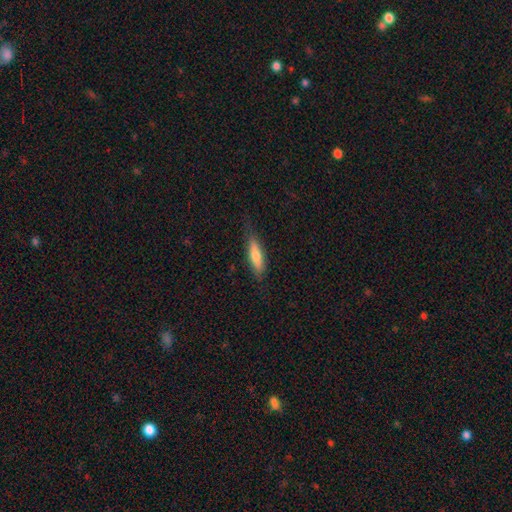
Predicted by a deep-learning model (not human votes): Smooth or featured?
  - smooth: 70% *
  - featured or disk: 24%
  - star or artifact: 6%
How rounded?
  - cigar-shaped: 65% *
  - in between: 33%
  - round: 2%
Merging?
  - none: 78% *
  - minor disturbance: 17%
  - major disturbance: 4%
  - merger: 1%